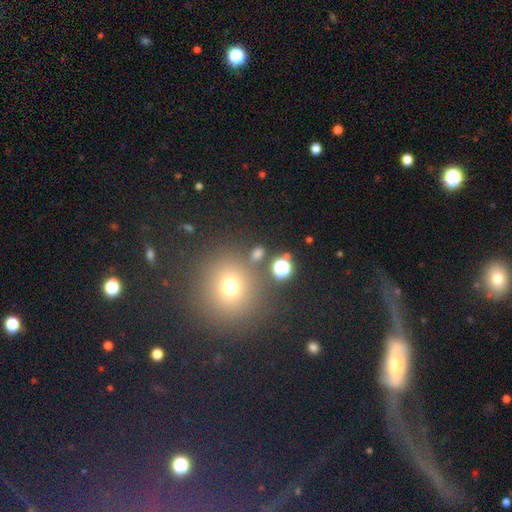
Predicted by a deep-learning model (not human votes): Overall: smooth (57%; star or artifact 33%). How rounded: round (86%). Merging: none (80%).